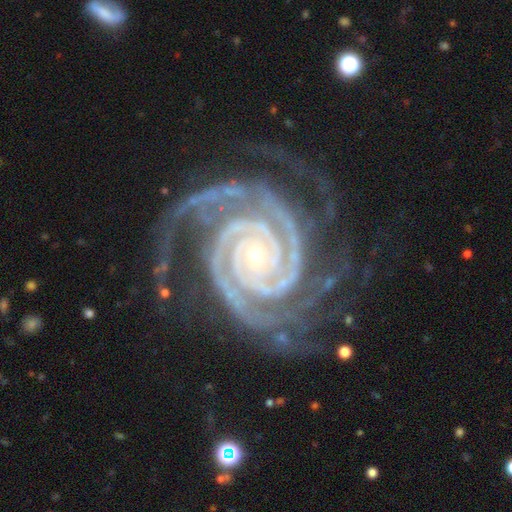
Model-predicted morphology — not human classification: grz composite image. It shows a featured or disk galaxy (94%) with no bar (70%), 2 (46%) tight (85%) spiral arms (99%) and a small central bulge (80%). Merging: none (70%).